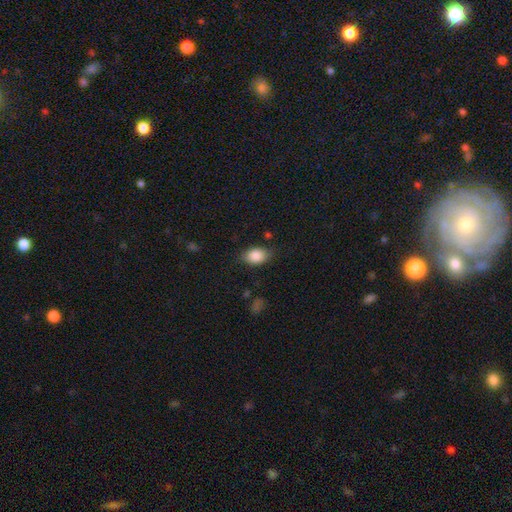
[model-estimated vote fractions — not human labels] smooth-or-featured: smooth: 86% | star or artifact: 8% | featured or disk: 6%
  how-rounded: in between: 81% | round: 18% | cigar-shaped: 1%
  merging: none: 77% | minor disturbance: 17% | major disturbance: 4% | merger: 2%